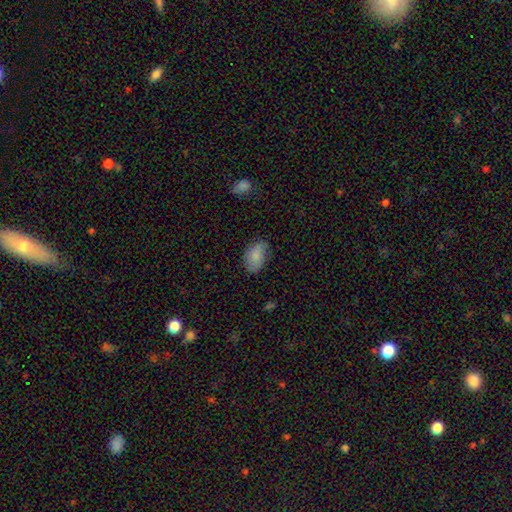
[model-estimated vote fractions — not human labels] smooth 81%, featured or disk 12%, star or artifact 7%. Down the decision tree: how rounded — in between (90%); merging — none (67%).